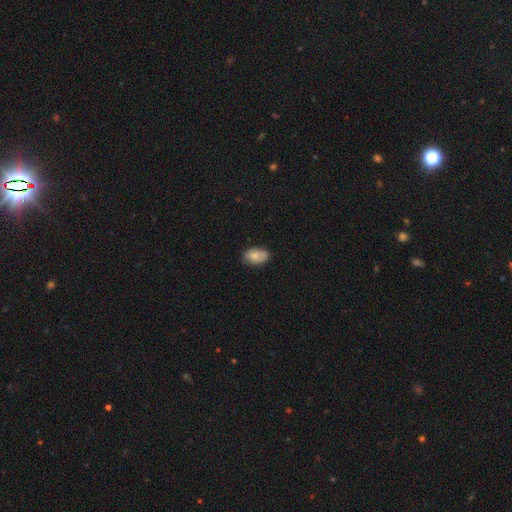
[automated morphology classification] This appears to be a smooth galaxy with no disk features (77%) that is in between round and cigar-shaped (90%). Merging: none (76%).